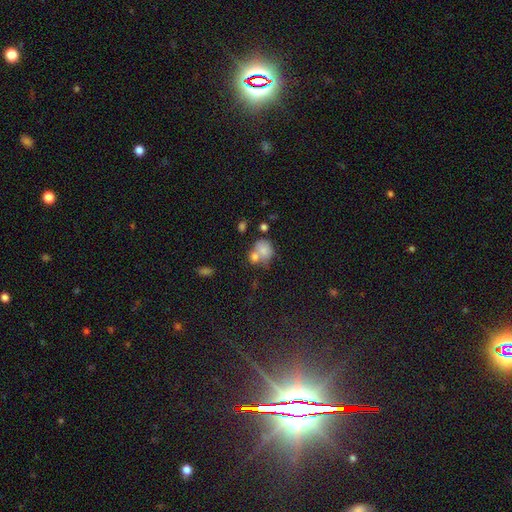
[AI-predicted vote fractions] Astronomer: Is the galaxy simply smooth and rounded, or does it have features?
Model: smooth — 61%.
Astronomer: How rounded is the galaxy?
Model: round — 65%.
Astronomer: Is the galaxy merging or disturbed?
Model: merger — 43% (runner-up: none, 38%).